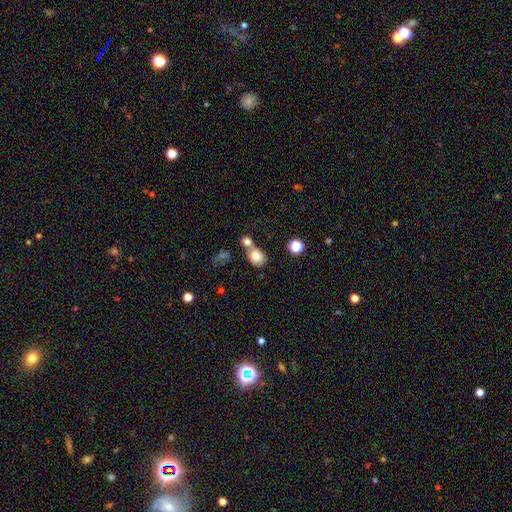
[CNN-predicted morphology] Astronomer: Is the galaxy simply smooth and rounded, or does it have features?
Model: smooth — 80%.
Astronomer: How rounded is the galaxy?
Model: round — 52% (runner-up: in between, 47%).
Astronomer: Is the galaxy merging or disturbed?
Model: none — 47% (runner-up: merger, 37%).